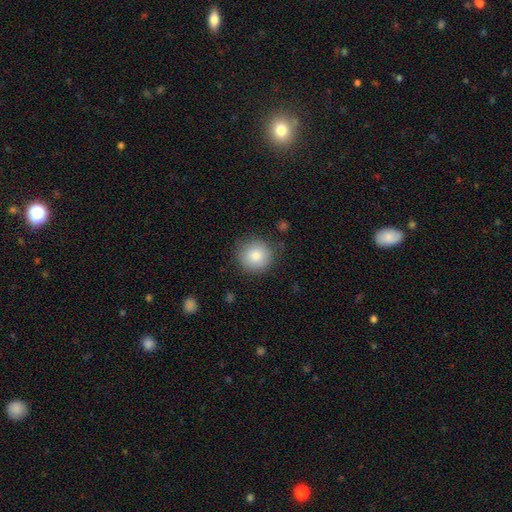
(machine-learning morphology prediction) Smooth or featured? smooth (84%)
How rounded? round (93%)
Merging? none (80%)